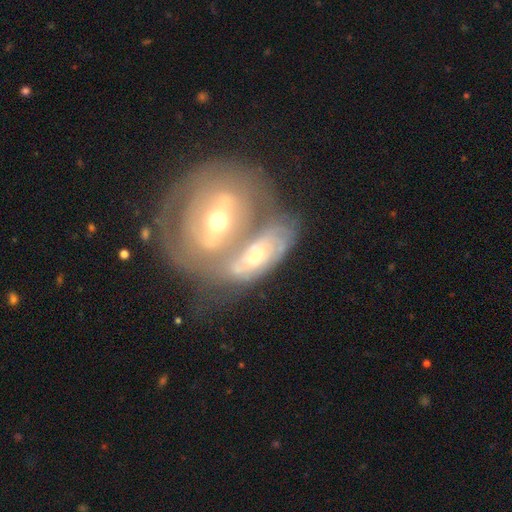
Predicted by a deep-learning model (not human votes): Q: Smooth or featured?
A: featured or disk (72%); runner-up: smooth (22%)
Q: Edge-on disk?
A: no (89%); runner-up: yes (11%)
Q: Bar?
A: no (44%); runner-up: weak (34%)
Q: Spiral arms?
A: yes (76%); runner-up: no (24%)
Q: Bulge size?
A: moderate (66%); runner-up: small (22%)
Q: Merging?
A: merger (60%); runner-up: none (22%)